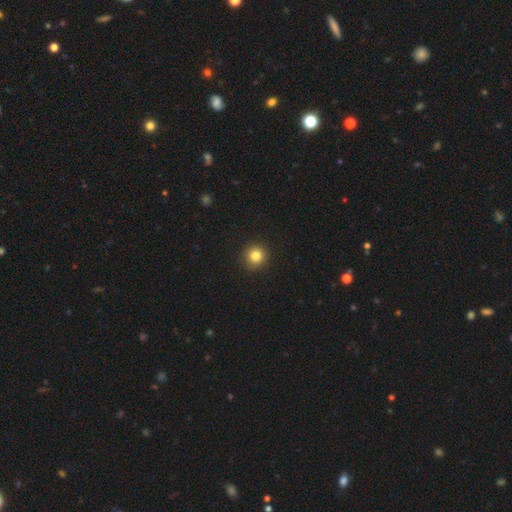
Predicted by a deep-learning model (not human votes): smooth-or-featured: smooth: 83% | star or artifact: 12% | featured or disk: 6%
  how-rounded: round: 93% | in between: 6% | cigar-shaped: 1%
  merging: none: 92% | minor disturbance: 5% | major disturbance: 2% | merger: 1%